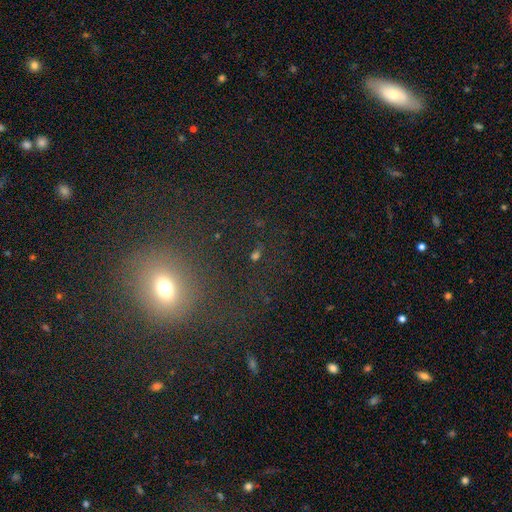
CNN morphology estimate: Smooth or featured?
  - star or artifact: 46% *
  - smooth: 40%
  - featured or disk: 13%